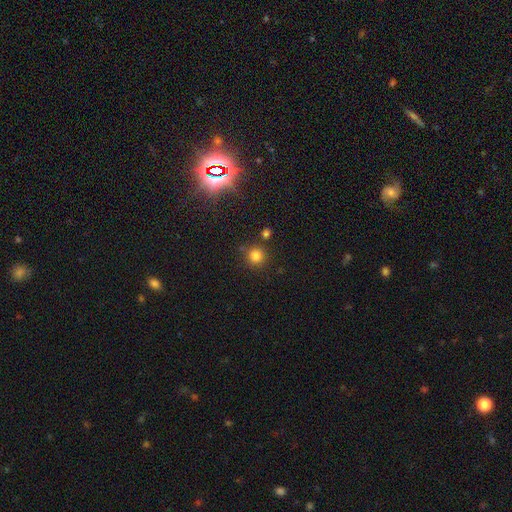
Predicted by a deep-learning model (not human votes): A smooth galaxy with no disk features (79%) that is round (93%).

Vote fractions:
- Smooth or featured? smooth: 79% / star or artifact: 15% / featured or disk: 5%
- How rounded? round: 93% / in between: 6% / cigar-shaped: 1%
- Merging? none: 82% / minor disturbance: 8% / merger: 7% / major disturbance: 3%